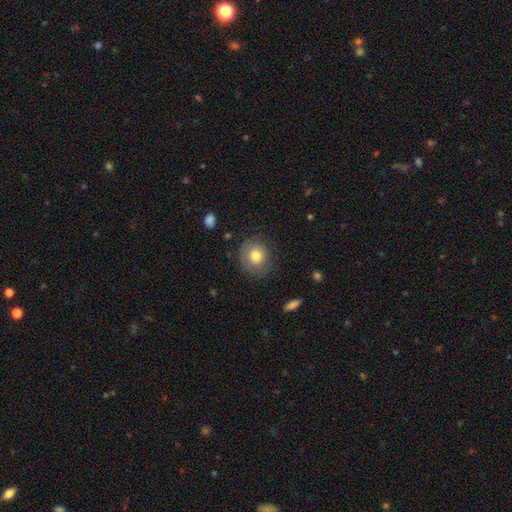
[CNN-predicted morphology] Smooth or featured?
  - smooth: 77% *
  - featured or disk: 14%
  - star or artifact: 9%
How rounded?
  - round: 82% *
  - in between: 17%
  - cigar-shaped: 1%
Merging?
  - none: 77% *
  - minor disturbance: 15%
  - major disturbance: 6%
  - merger: 1%